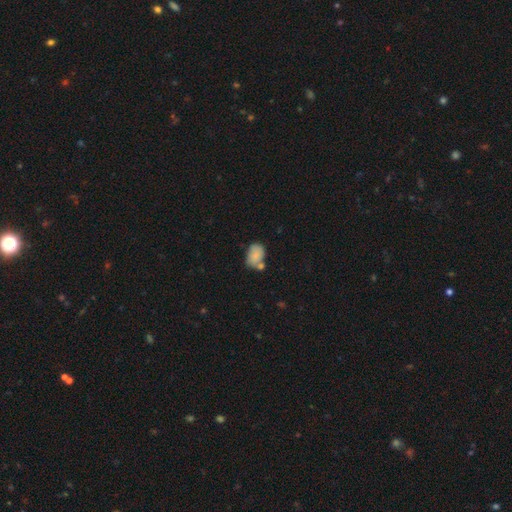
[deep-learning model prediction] Overall: smooth (81%). How rounded: in between (81%). Merging: none (46%; merger 27%).